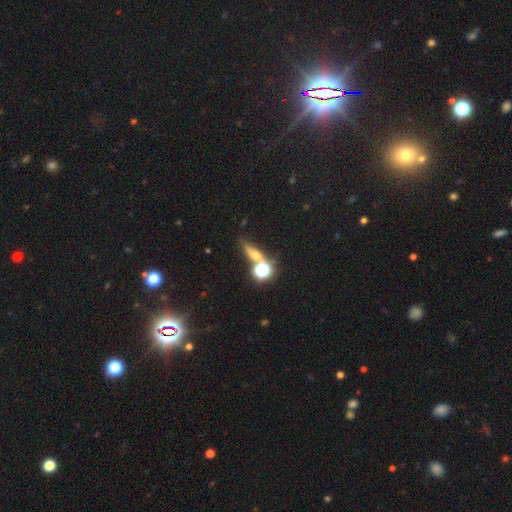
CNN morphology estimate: A smooth galaxy with no disk features (44%). Merging: none (59%).